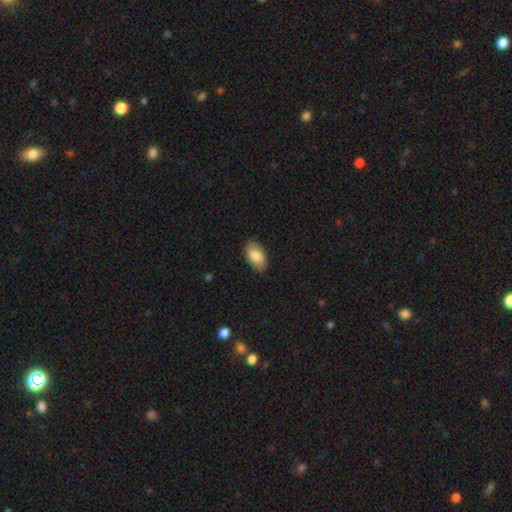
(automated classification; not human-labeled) smooth 82%, featured or disk 12%, star or artifact 6%. Down the decision tree: how rounded — in between (94%); merging — none (85%).